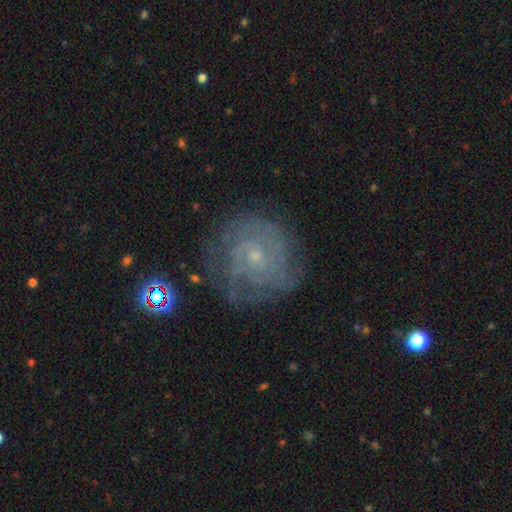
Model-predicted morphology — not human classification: Q: Smooth or featured?
A: featured or disk (77%); runner-up: smooth (13%)
Q: Edge-on disk?
A: no (98%); runner-up: yes (2%)
Q: Bar?
A: no (70%); runner-up: weak (26%)
Q: Spiral arms?
A: yes (93%); runner-up: no (7%)
Q: Spiral winding?
A: tight (69%); runner-up: medium (25%)
Q: Spiral arm count?
A: can't tell (40%); runner-up: 3 (18%)
Q: Bulge size?
A: small (79%); runner-up: moderate (16%)
Q: Merging?
A: none (74%); runner-up: minor disturbance (16%)